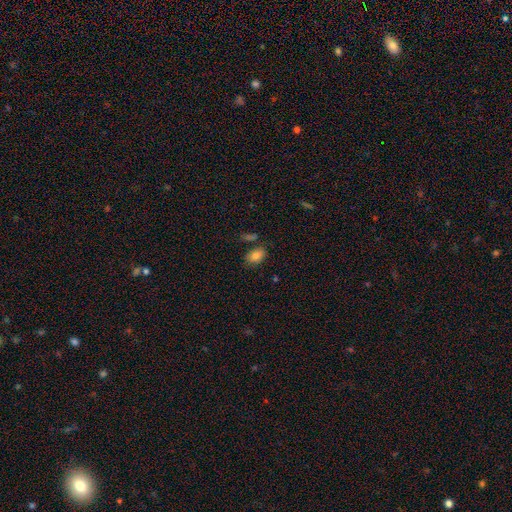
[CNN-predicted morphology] Smooth or featured: smooth — 82% (featured or disk — 9%)
How rounded: in between — 85% (round — 13%)
Merging: none — 74% (minor disturbance — 14%)